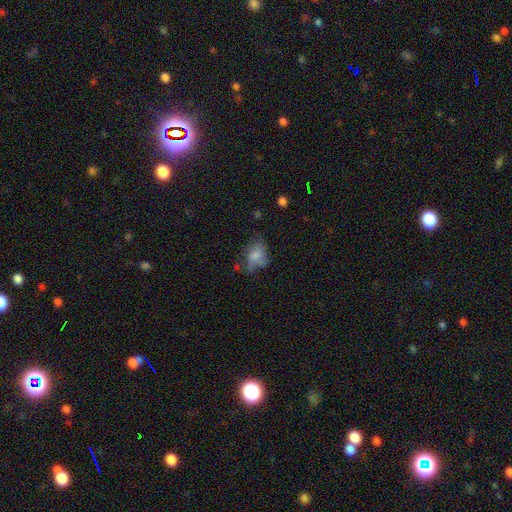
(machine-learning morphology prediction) smooth-or-featured: smooth: 69% | featured or disk: 20% | star or artifact: 10%
  how-rounded: in between: 73% | round: 26% | cigar-shaped: 2%
  merging: none: 39% | minor disturbance: 32% | major disturbance: 24% | merger: 5%